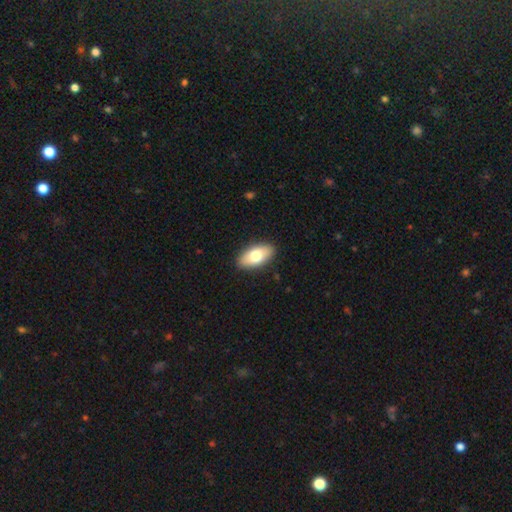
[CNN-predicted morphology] smooth_or_featured: smooth (p=0.75) [alt: featured or disk p=0.19]
how_rounded: in between (p=0.92) [alt: cigar-shaped p=0.05]
merging: none (p=0.90) [alt: minor disturbance p=0.08]